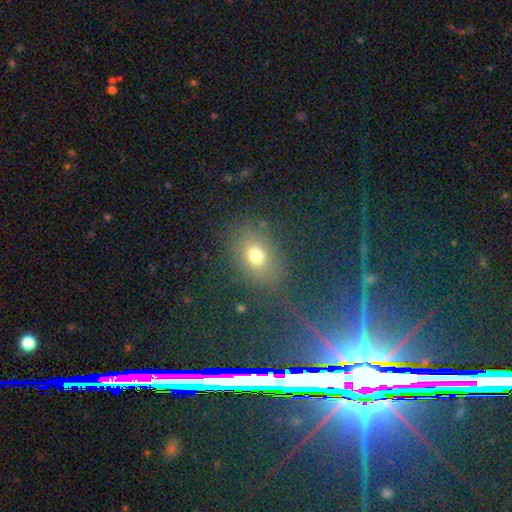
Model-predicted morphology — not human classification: This is likely a star or artifact rather than a galaxy (71%).